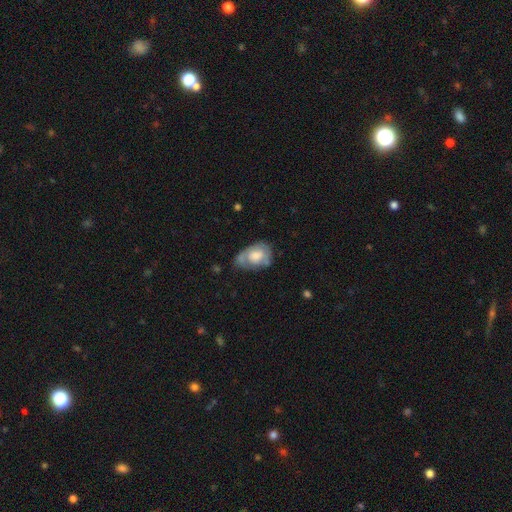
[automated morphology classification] Smooth or featured? Predicted: featured or disk (p=0.49). Merging? Predicted: none (p=0.43).